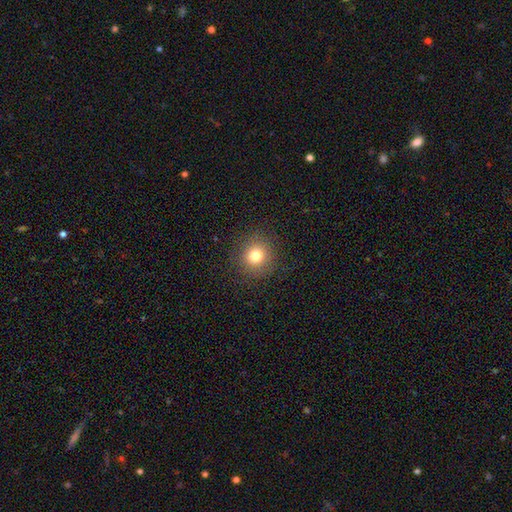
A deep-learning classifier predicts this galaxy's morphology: smooth_or_featured: smooth (p=0.78) [alt: star or artifact p=0.14]
how_rounded: round (p=0.91) [alt: in between p=0.08]
merging: none (p=0.89) [alt: minor disturbance p=0.07]